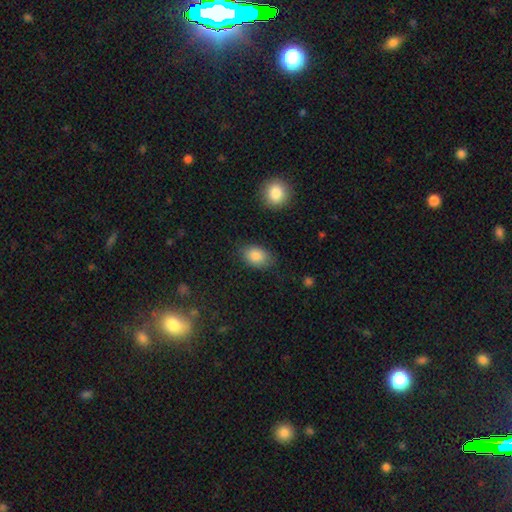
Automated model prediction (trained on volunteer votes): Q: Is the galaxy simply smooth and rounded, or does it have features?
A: smooth — 85%.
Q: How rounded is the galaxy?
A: in between — 83%.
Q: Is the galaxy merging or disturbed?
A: none — 78%.